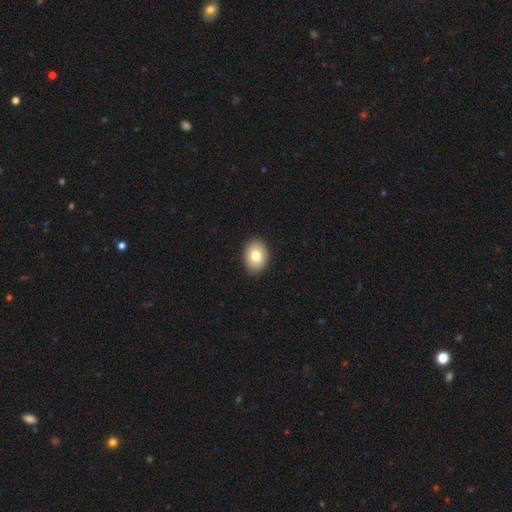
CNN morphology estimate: Q: Smooth or featured?
A: smooth (79%); runner-up: featured or disk (13%)
Q: How rounded?
A: in between (65%); runner-up: round (34%)
Q: Merging?
A: none (90%); runner-up: minor disturbance (8%)